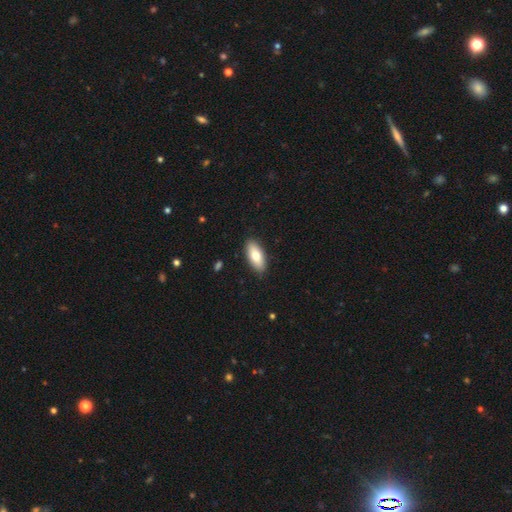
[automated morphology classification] A smooth galaxy with no disk features (74%) that is in between round and cigar-shaped (85%).

Vote fractions:
- Smooth or featured? smooth: 74% / featured or disk: 20% / star or artifact: 6%
- How rounded? in between: 85% / cigar-shaped: 12% / round: 2%
- Merging? none: 89% / minor disturbance: 8% / major disturbance: 2% / merger: 1%